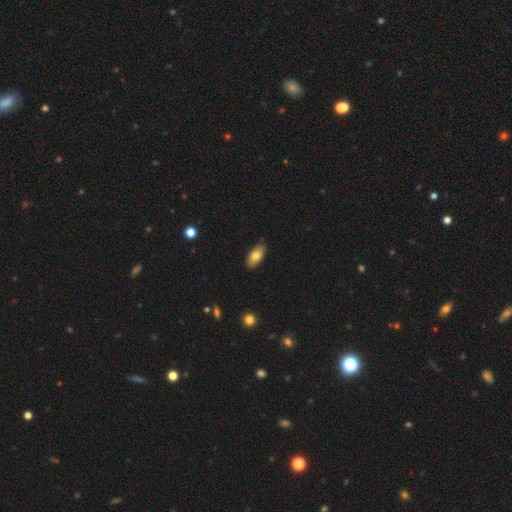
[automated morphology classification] A smooth galaxy with no disk features (77%) that is in between round and cigar-shaped (90%). Merging: none (85%).